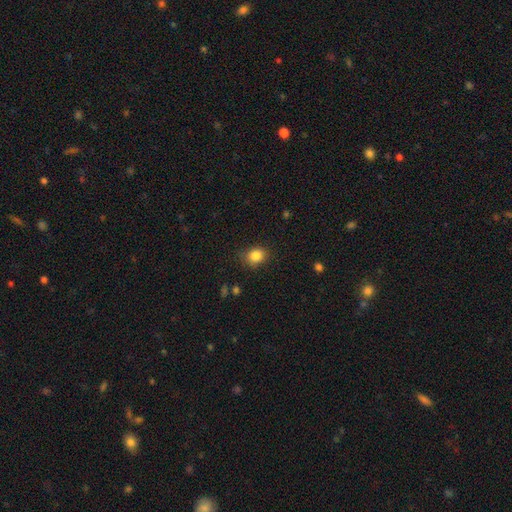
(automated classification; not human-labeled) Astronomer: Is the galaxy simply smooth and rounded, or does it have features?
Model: smooth — 85%.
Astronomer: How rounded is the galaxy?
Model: round — 60% (runner-up: in between, 39%).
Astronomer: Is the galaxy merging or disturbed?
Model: none — 80%.